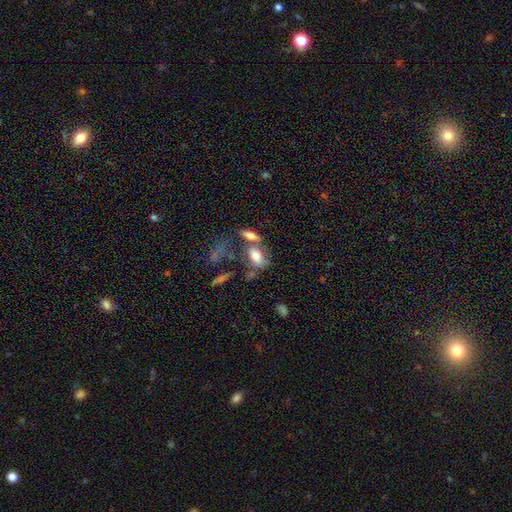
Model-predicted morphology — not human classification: This appears to be a smooth galaxy with no disk features (71%) that is in between round and cigar-shaped (86%). Merging: none (45%).